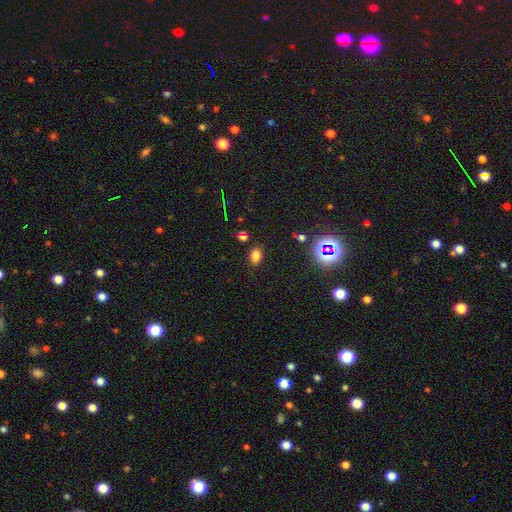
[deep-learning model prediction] Q: Smooth or featured?
A: smooth (74%); runner-up: star or artifact (20%)
Q: How rounded?
A: in between (69%); runner-up: round (30%)
Q: Merging?
A: none (82%); runner-up: minor disturbance (11%)